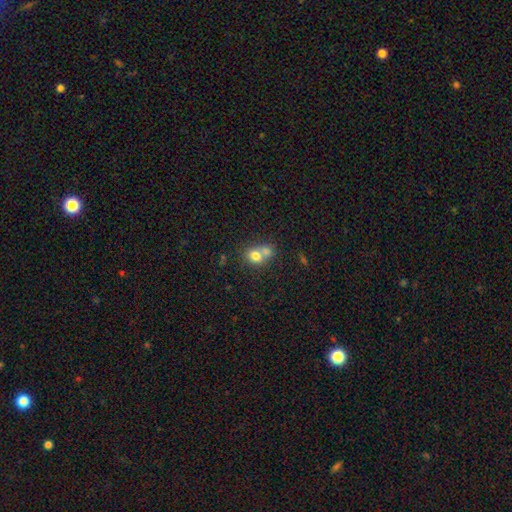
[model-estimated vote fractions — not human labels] Smooth or featured? Predicted: smooth (p=0.75). How rounded? Predicted: round (p=0.58). Merging? Predicted: merger (p=0.58).